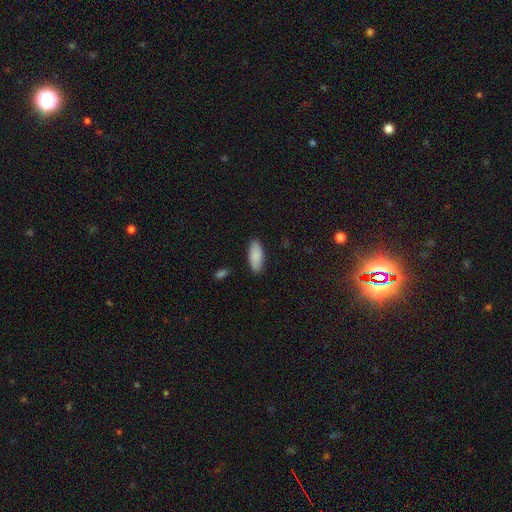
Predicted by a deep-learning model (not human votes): Q: Smooth or featured?
A: smooth (89%); runner-up: star or artifact (6%)
Q: How rounded?
A: in between (86%); runner-up: cigar-shaped (13%)
Q: Merging?
A: none (87%); runner-up: minor disturbance (10%)